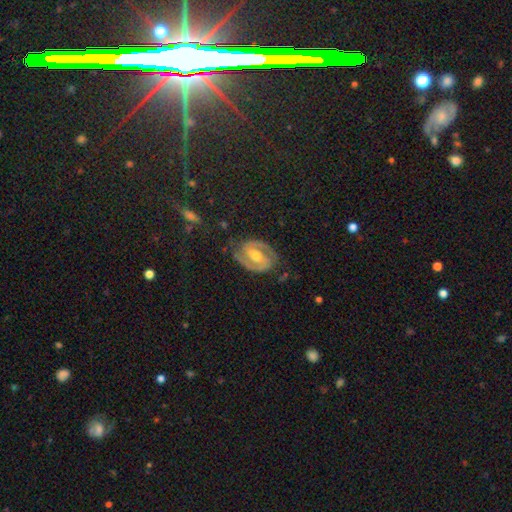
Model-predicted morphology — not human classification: featured or disk 88%, smooth 7%, star or artifact 5%. Down the decision tree: edge-on disk — no (98%); bar — weak (45%); spiral arms — yes (96%); spiral arm count — 2 (92%); spiral winding — tight (46%, tied with medium); bulge size — moderate (69%); merging — none (79%).